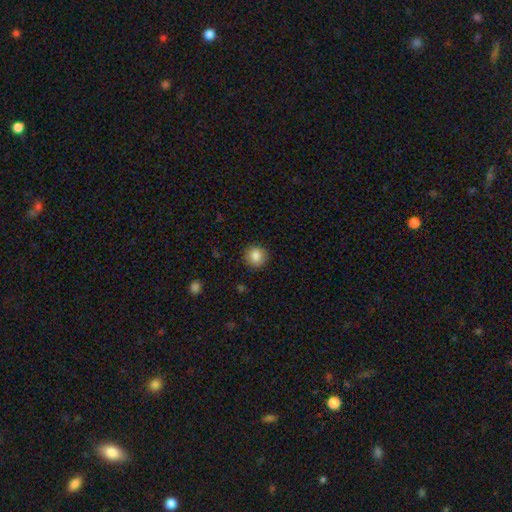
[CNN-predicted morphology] Smooth or featured: smooth — 86% (star or artifact — 9%)
How rounded: round — 93% (in between — 6%)
Merging: none — 90% (minor disturbance — 7%)